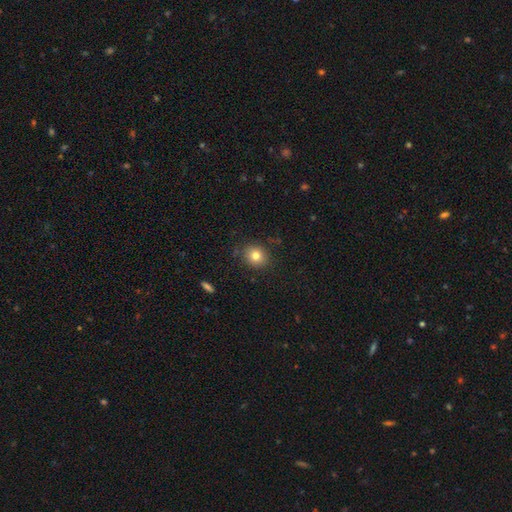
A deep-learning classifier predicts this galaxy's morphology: The model was most divided on "how rounded": round: 74%, in between: 25%, cigar-shaped: 1%. More confident: merging — none (86%); smooth or featured — smooth (79%).